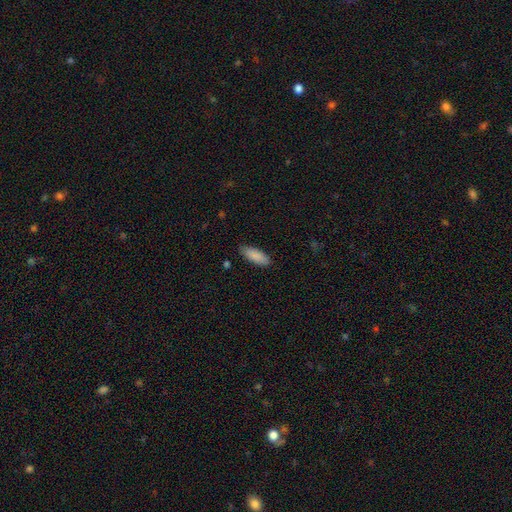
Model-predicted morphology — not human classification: Overall: smooth (87%). How rounded: in between (74%). Merging: none (83%).